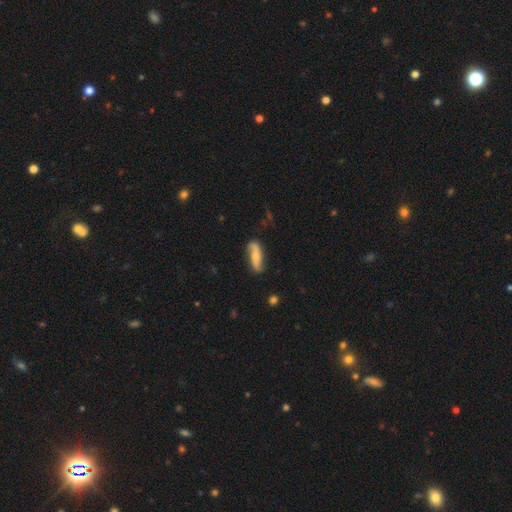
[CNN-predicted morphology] type=featured or disk (63%); edge-on=no (86%); bar=no (56%); spiral arms=yes (92%); bulge=small (46%); merging=none (74%).